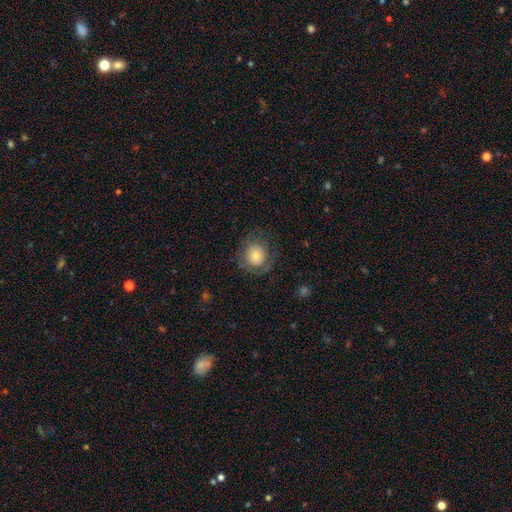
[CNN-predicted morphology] A smooth galaxy with no disk features (68%) that is round (82%).

Vote fractions:
- Smooth or featured? smooth: 68% / featured or disk: 23% / star or artifact: 9%
- How rounded? round: 82% / in between: 17% / cigar-shaped: 1%
- Merging? none: 74% / minor disturbance: 16% / major disturbance: 9% / merger: 1%